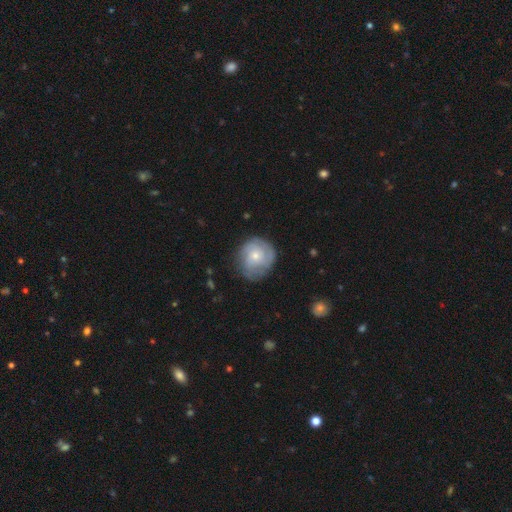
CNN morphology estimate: Smooth or featured: featured or disk — 50% (smooth — 44%)
Merging: none — 69% (minor disturbance — 22%)